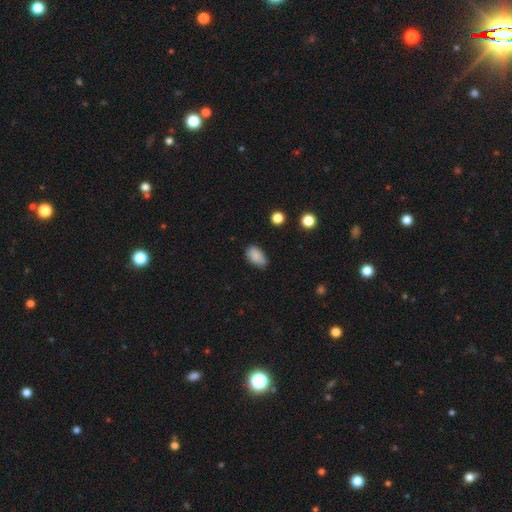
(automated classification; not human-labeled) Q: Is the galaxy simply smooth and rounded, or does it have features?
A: smooth — 85%.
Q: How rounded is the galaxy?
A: in between — 90%.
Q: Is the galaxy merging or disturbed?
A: none — 65%.